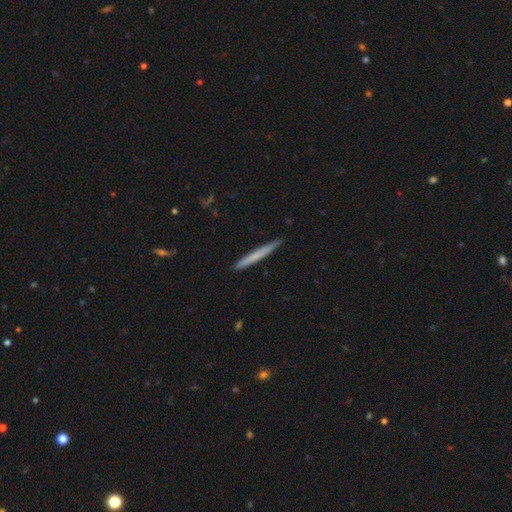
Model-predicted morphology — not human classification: smooth 64%, featured or disk 31%, star or artifact 6%. Down the decision tree: how rounded — cigar-shaped (97%); merging — none (91%).